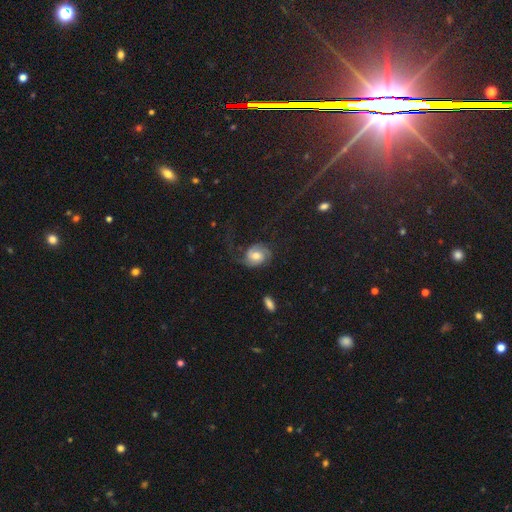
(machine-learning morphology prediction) Smooth or featured: featured or disk — 68% (smooth — 24%)
Edge-on disk: no — 97% (yes — 3%)
Bar: no — 63% (weak — 31%)
Spiral arms: yes — 93% (no — 7%)
Spiral winding: medium — 40% (tight — 31%)
Spiral arm count: 2 — 75% (1 — 10%)
Bulge size: moderate — 62% (large — 21%)
Merging: none — 52% (major disturbance — 27%)